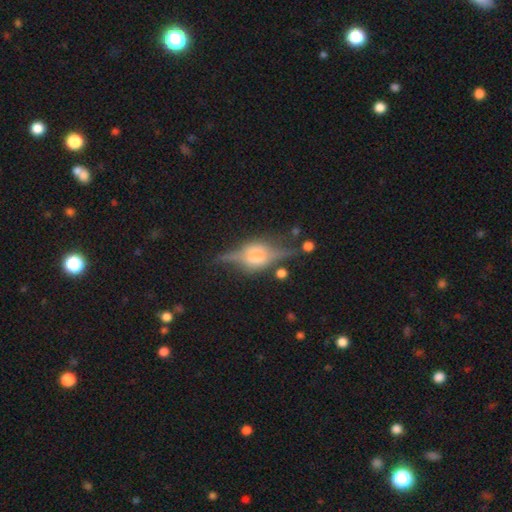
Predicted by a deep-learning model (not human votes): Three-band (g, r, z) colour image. It shows a featured or disk galaxy (81%) viewed edge-on (94%) with a rounded central bulge (88%). Merging: none (74%).